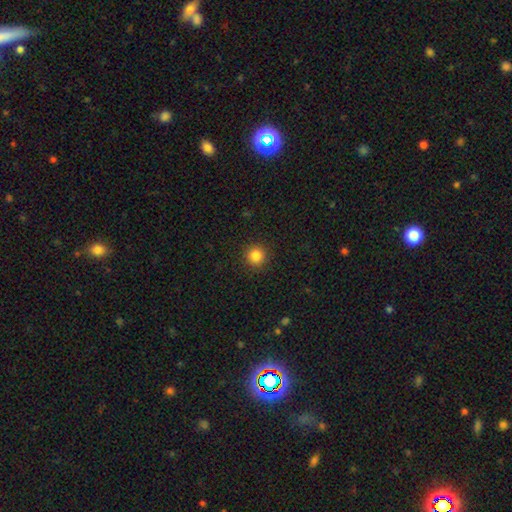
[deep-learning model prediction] Smooth or featured: smooth — 84% (star or artifact — 12%)
How rounded: round — 95% (in between — 4%)
Merging: none — 92% (minor disturbance — 5%)